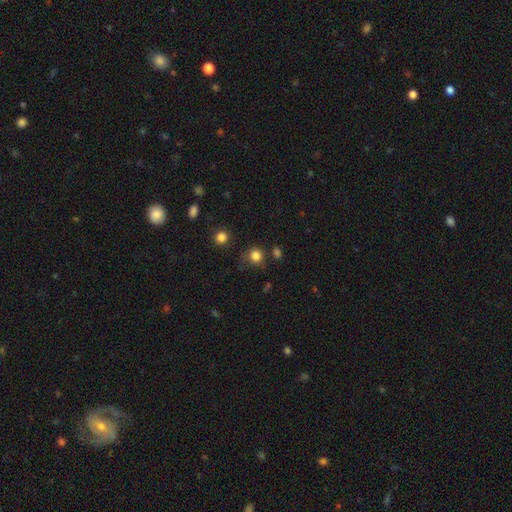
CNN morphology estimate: Smooth or featured: smooth — 81% (star or artifact — 14%)
How rounded: round — 88% (in between — 12%)
Merging: none — 71% (minor disturbance — 17%)